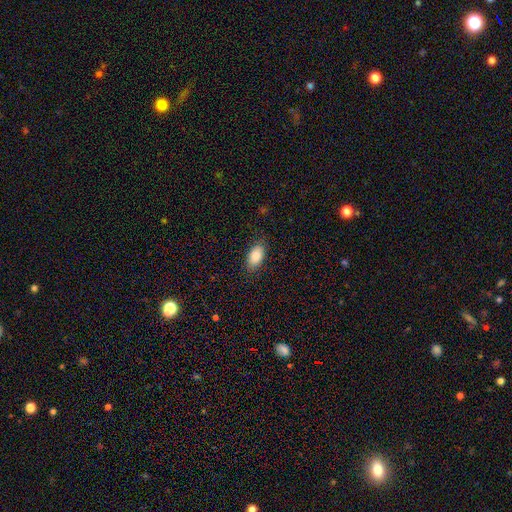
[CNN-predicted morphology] Overall: smooth (83%). How rounded: in between (93%). Merging: none (84%).